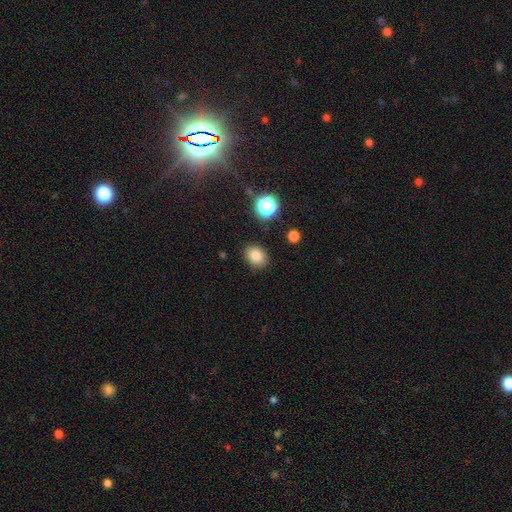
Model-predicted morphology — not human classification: Smooth or featured? Predicted: smooth (p=0.82). How rounded? Predicted: in between (p=0.58). Merging? Predicted: none (p=0.86).